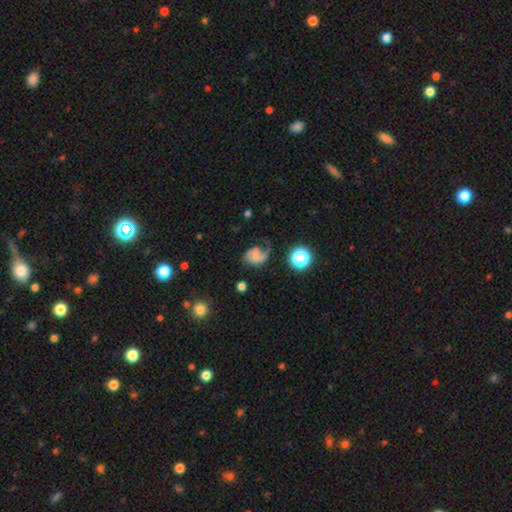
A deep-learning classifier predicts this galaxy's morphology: Smooth or featured? featured or disk (53%)
Edge-on disk? no (97%)
Bar? no (71%)
Spiral arms? yes (84%)
Bulge size? small (52%)
Merging? none (35%)